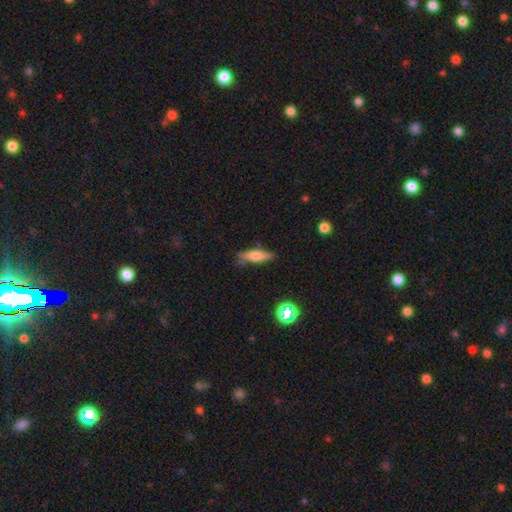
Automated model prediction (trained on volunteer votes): The model was most divided on "smooth or featured": smooth: 61%, featured or disk: 30%, star or artifact: 9%. More confident: merging — none (77%); how rounded — cigar-shaped (69%).